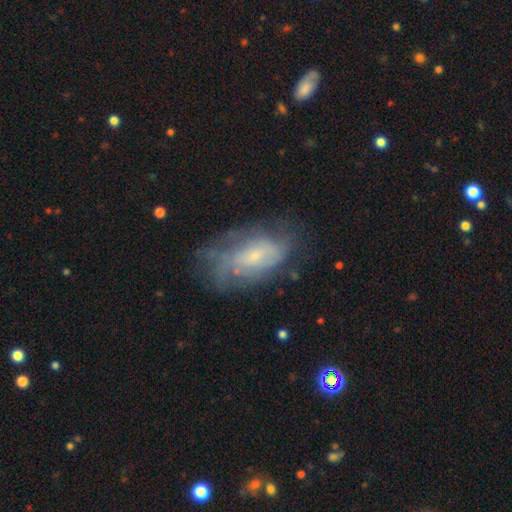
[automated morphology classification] Smooth or featured?
  - featured or disk: 58% *
  - smooth: 34%
  - star or artifact: 8%
Edge-on disk?
  - no: 94% *
  - yes: 6%
Bar?
  - no: 63% *
  - weak: 32%
  - strong: 6%
Spiral arms?
  - yes: 64% *
  - no: 36%
Bulge size?
  - small: 62% *
  - moderate: 27%
  - none: 8%
  - large: 3%
  - dominant: 1%
Merging?
  - none: 51% *
  - minor disturbance: 27%
  - major disturbance: 19%
  - merger: 3%